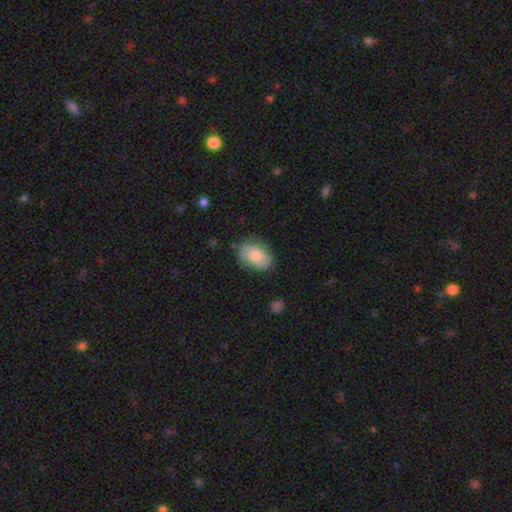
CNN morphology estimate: A smooth galaxy with no disk features (75%) that is in between round and cigar-shaped (83%).

Vote fractions:
- Smooth or featured? smooth: 75% / featured or disk: 18% / star or artifact: 7%
- How rounded? in between: 83% / round: 16% / cigar-shaped: 1%
- Merging? none: 71% / minor disturbance: 22% / major disturbance: 6% / merger: 2%